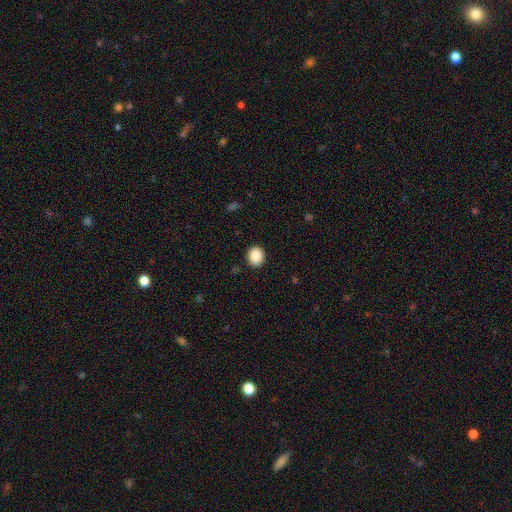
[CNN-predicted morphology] smooth 89%, star or artifact 8%, featured or disk 3%. Down the decision tree: how rounded — round (66%); merging — none (91%).